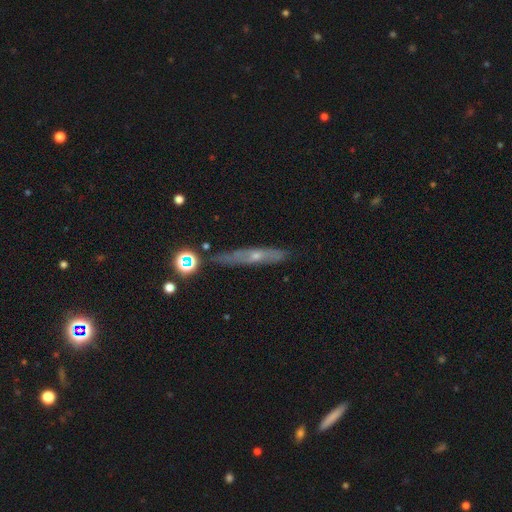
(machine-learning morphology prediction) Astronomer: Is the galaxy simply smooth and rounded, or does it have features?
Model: featured or disk — 58%.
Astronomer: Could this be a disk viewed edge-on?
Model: yes — 75%.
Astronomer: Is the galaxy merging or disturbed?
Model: none — 77%.